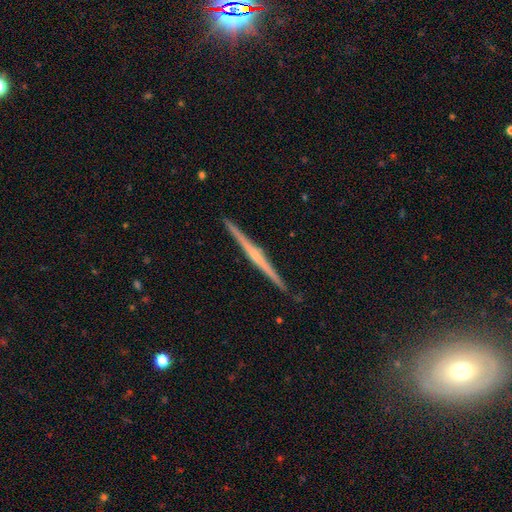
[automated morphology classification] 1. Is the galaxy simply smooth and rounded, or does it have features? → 75% featured or disk, 19% smooth, 5% star or artifact.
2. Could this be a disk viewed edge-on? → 99% yes, 1% no.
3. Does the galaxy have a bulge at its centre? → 44% none, 43% rounded, 13% boxy.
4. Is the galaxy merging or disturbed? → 92% none, 6% minor disturbance, 1% major disturbance, 1% merger.